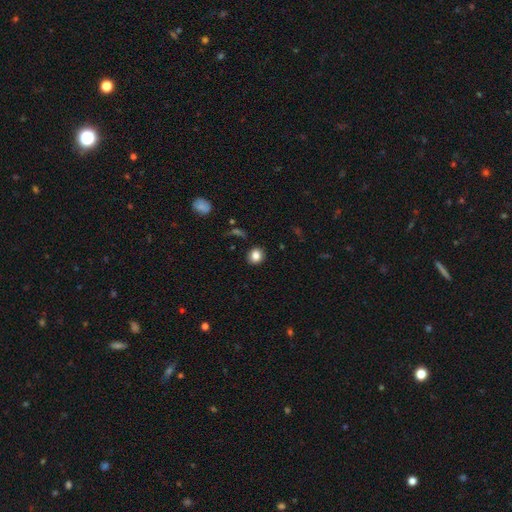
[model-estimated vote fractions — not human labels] Smooth or featured? Predicted: smooth (p=0.83). How rounded? Predicted: round (p=0.79). Merging? Predicted: none (p=0.86).